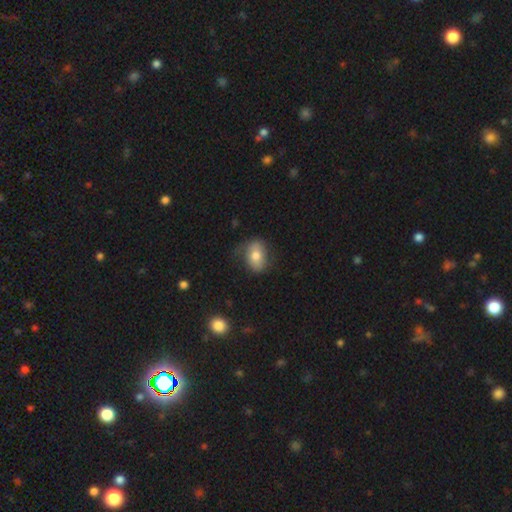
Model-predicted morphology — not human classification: Smooth or featured? smooth (72%)
How rounded? in between (77%)
Merging? none (64%)